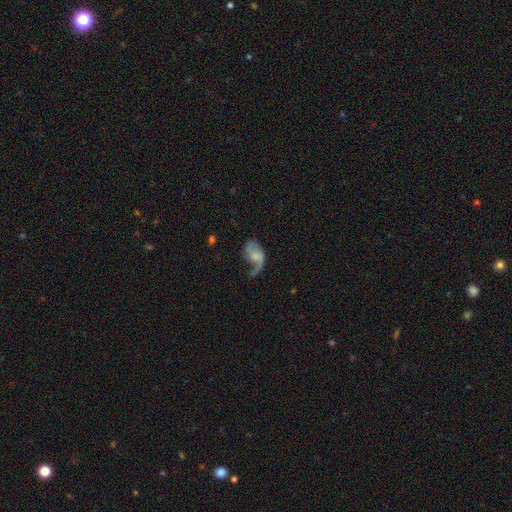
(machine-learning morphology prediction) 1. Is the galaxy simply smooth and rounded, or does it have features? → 66% featured or disk, 27% smooth, 8% star or artifact.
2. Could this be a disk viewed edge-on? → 97% no, 3% yes.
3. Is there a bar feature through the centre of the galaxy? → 58% no, 35% weak, 7% strong.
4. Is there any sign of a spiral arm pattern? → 84% yes, 16% no.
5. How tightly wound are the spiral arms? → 69% loose, 24% medium, 7% tight.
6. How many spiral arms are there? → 49% 2, 43% 1, 5% can't tell, 1% 3, 1% 4, 1% more than 4.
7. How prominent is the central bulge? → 37% small, 35% none, 22% moderate, 5% large, 2% dominant.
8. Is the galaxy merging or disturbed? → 42% major disturbance, 29% none, 24% minor disturbance, 4% merger.